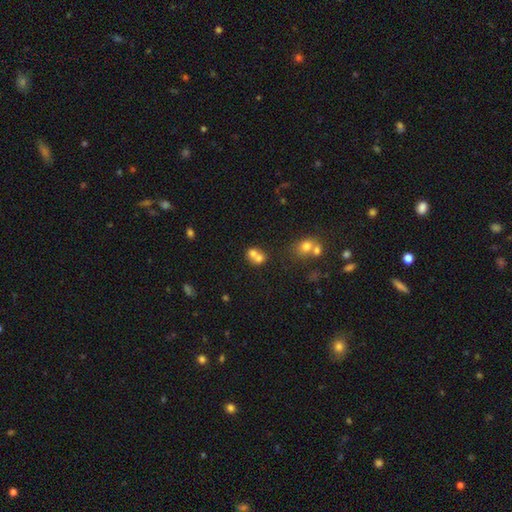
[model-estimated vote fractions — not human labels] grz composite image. It shows a smooth galaxy with no disk features (69%) that is round (66%). Merging: merger (64%).